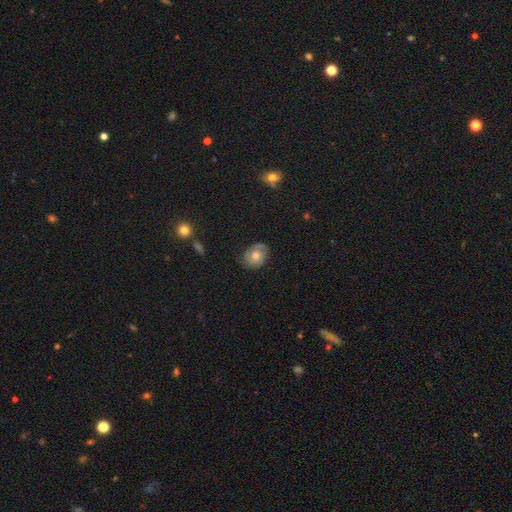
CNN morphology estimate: The model was most divided on "how rounded": in between: 52%, round: 47%, cigar-shaped: 1%. More confident: merging — none (75%); smooth or featured — smooth (63%).